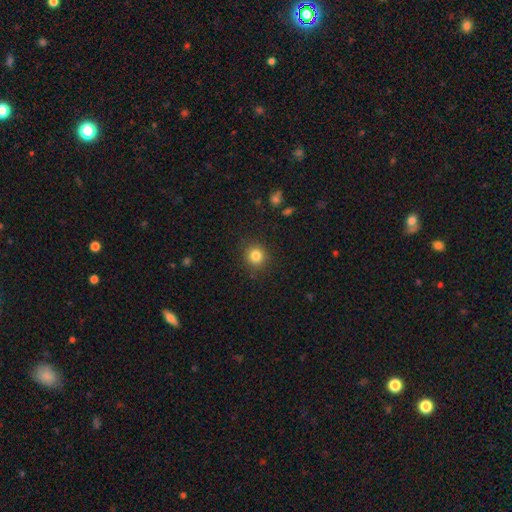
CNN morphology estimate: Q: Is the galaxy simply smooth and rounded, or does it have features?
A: smooth — 83%.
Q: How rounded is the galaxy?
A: round — 91%.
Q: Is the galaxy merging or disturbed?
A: none — 89%.